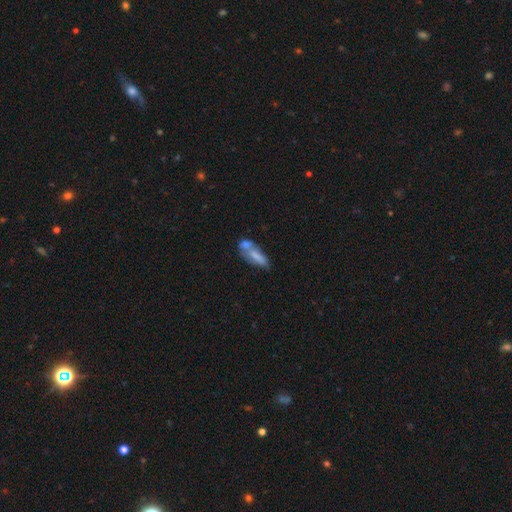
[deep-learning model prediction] This is likely a smooth galaxy (64%). How rounded: likely in between (61%). Merging: marginally merger (44%).